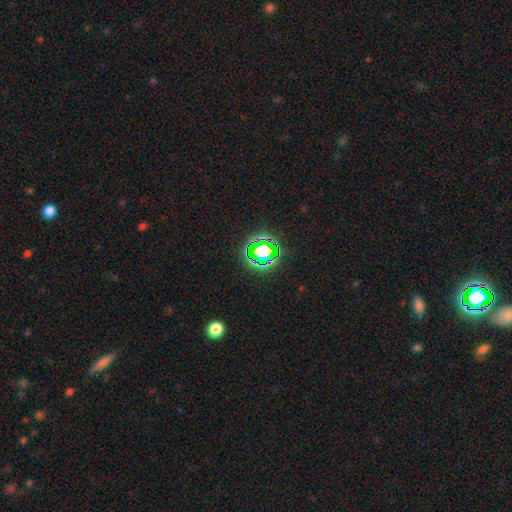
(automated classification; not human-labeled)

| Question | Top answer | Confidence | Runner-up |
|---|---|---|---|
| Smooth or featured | star or artifact | 75% | smooth (18%) |